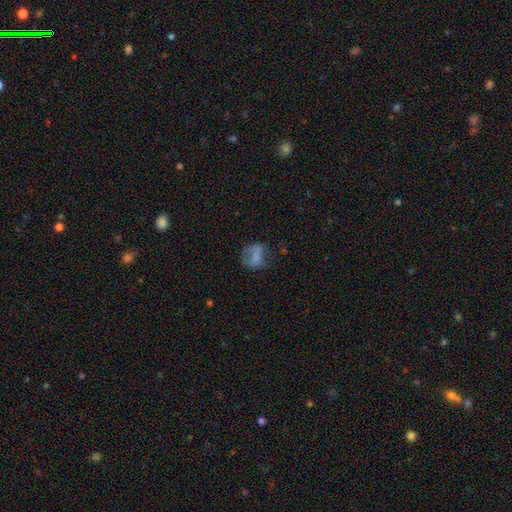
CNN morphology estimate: Smooth or featured?
  - smooth: 63% *
  - featured or disk: 24%
  - star or artifact: 13%
How rounded?
  - in between: 56% *
  - round: 42%
  - cigar-shaped: 2%
Merging?
  - none: 41% *
  - major disturbance: 28%
  - minor disturbance: 27%
  - merger: 4%